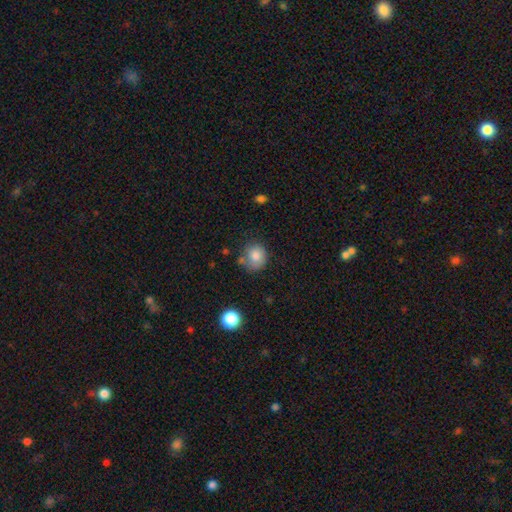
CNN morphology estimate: A smooth galaxy with no disk features (82%) that is round (80%).

Vote fractions:
- Smooth or featured? smooth: 82% / star or artifact: 10% / featured or disk: 9%
- How rounded? round: 80% / in between: 19% / cigar-shaped: 1%
- Merging? none: 59% / minor disturbance: 24% / merger: 9% / major disturbance: 9%